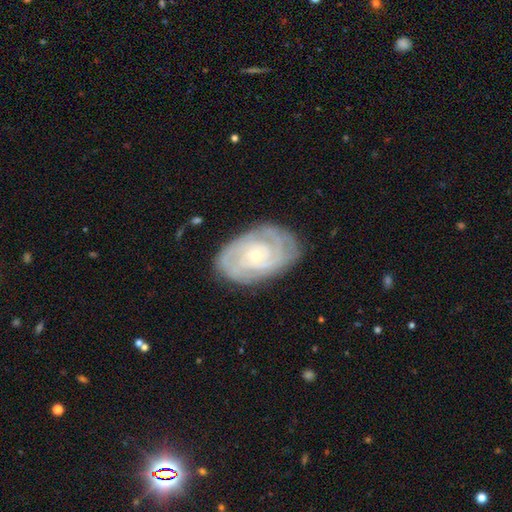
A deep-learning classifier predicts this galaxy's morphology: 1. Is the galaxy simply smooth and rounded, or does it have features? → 85% featured or disk, 10% smooth, 5% star or artifact.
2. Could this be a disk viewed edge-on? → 96% no, 4% yes.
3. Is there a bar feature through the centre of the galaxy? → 76% no, 20% weak, 4% strong.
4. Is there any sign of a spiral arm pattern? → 95% yes, 5% no.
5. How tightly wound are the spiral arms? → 78% tight, 19% medium, 4% loose.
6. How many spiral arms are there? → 30% 2 (tied), 30% can't tell (tied), 20% 3, 10% 4, 5% more than 4, 5% 1.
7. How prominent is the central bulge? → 77% small, 20% moderate, 1% none, 1% large, 1% dominant.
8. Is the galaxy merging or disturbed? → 79% none, 15% minor disturbance, 4% major disturbance, 1% merger.